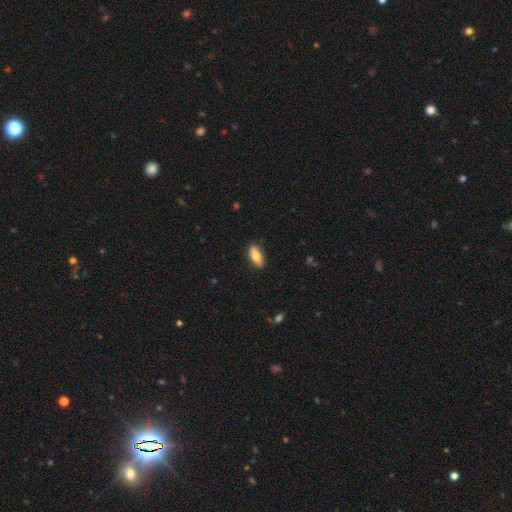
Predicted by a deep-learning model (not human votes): smooth-or-featured: smooth: 80% | featured or disk: 14% | star or artifact: 6%
  how-rounded: in between: 72% | cigar-shaped: 25% | round: 2%
  merging: none: 87% | minor disturbance: 10% | major disturbance: 2% | merger: 1%